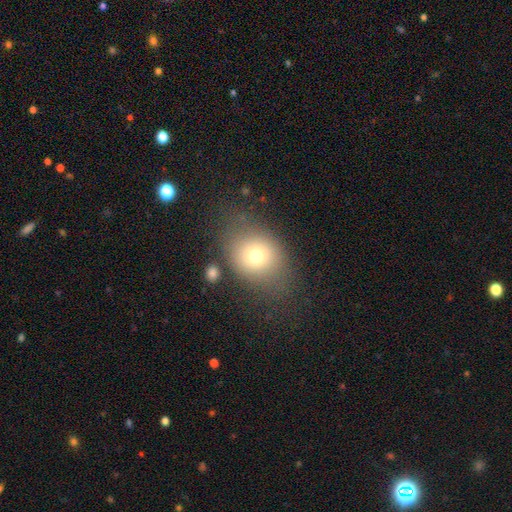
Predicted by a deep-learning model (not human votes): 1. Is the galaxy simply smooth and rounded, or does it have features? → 70% smooth, 17% featured or disk, 13% star or artifact.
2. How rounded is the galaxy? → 50% in between, 49% round, 1% cigar-shaped.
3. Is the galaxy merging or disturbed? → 66% none, 19% minor disturbance, 11% major disturbance, 5% merger.